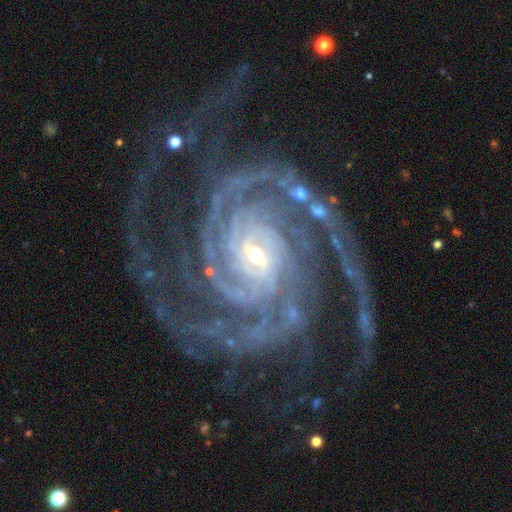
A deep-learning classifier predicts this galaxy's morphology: Overall: featured or disk (94%). Edge-on disk: no (98%). Bar: no (43%; weak 35%). Spiral arms: yes (99%). Spiral arm count: 2 (24%; 3 23%). Spiral winding: tight (66%; medium 29%). Bulge size: small (61%; moderate 34%). Merging: none (69%).